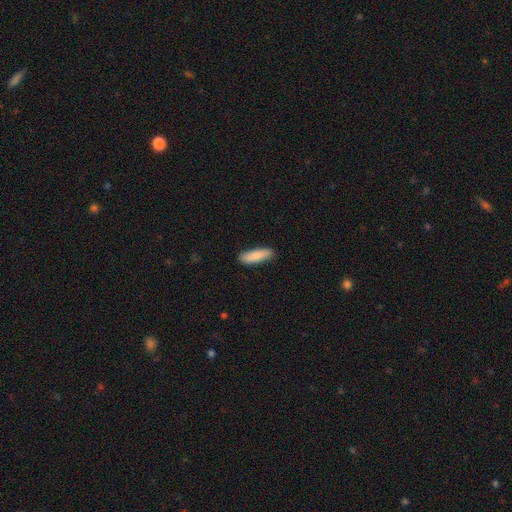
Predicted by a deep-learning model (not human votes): Smooth or featured? Predicted: smooth (p=0.86). How rounded? Predicted: cigar-shaped (p=0.54). Merging? Predicted: none (p=0.87).